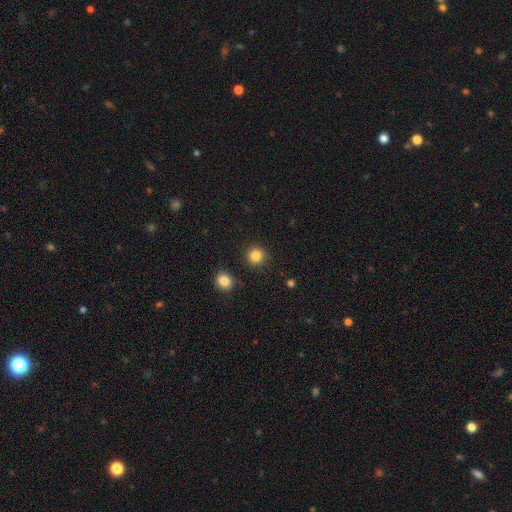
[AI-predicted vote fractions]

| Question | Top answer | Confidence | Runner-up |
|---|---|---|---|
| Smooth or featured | smooth | 85% | star or artifact (11%) |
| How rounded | round | 94% | in between (5%) |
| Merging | none | 90% | minor disturbance (6%) |